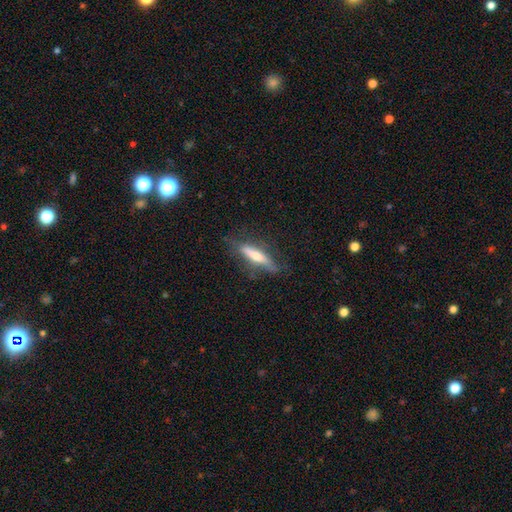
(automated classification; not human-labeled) Morphology: type=featured or disk (53%); edge-on=yes (87%); merging=none (74%).